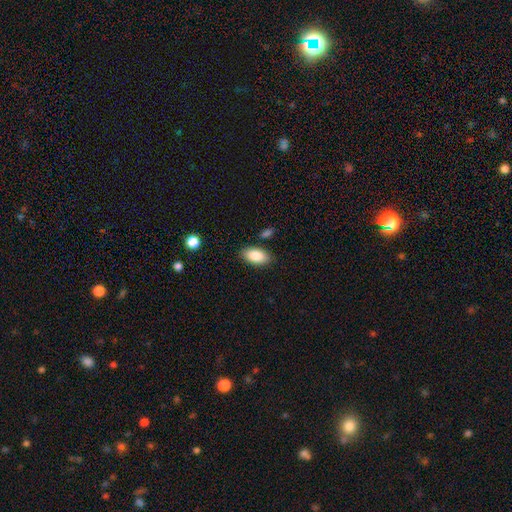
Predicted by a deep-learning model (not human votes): smooth-or-featured: smooth: 86% | featured or disk: 7% | star or artifact: 7%
  how-rounded: in between: 93% | cigar-shaped: 4% | round: 3%
  merging: none: 84% | minor disturbance: 10% | merger: 3% | major disturbance: 2%